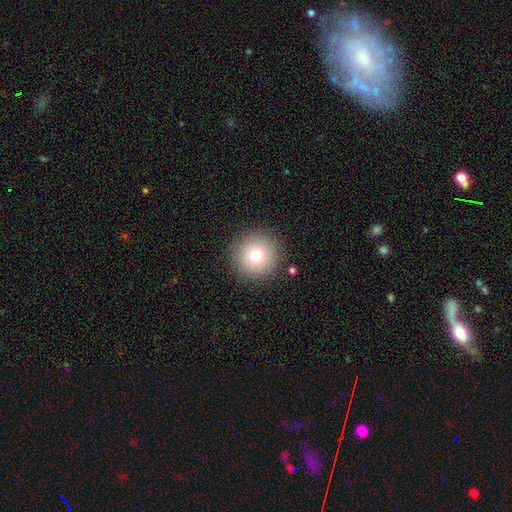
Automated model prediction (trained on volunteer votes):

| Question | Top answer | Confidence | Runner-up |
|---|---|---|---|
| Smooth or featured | smooth | 75% | featured or disk (13%) |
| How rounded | round | 96% | in between (3%) |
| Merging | none | 90% | minor disturbance (6%) |